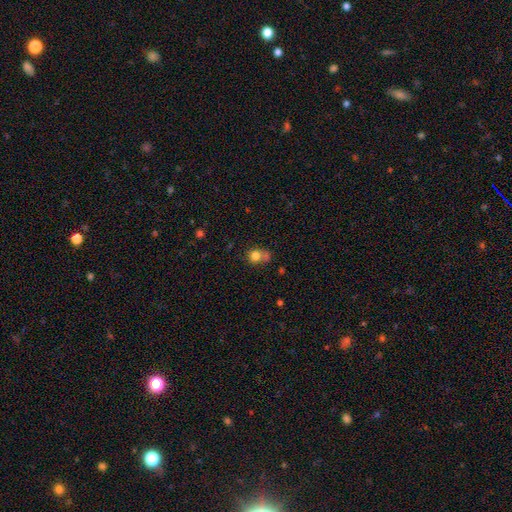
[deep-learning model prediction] A smooth galaxy with no disk features (78%) that is round (73%).

Vote fractions:
- Smooth or featured? smooth: 78% / star or artifact: 12% / featured or disk: 10%
- How rounded? round: 73% / in between: 26% / cigar-shaped: 1%
- Merging? none: 43% / merger: 26% / minor disturbance: 20% / major disturbance: 11%